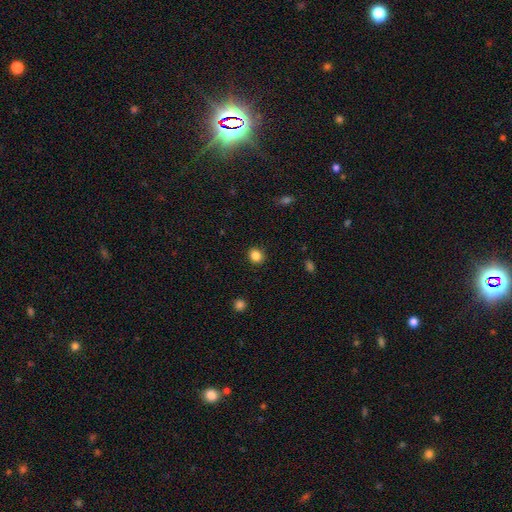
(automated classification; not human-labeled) The model was most divided on "how rounded": round: 80%, in between: 19%, cigar-shaped: 1%. More confident: merging — none (91%); smooth or featured — smooth (84%).